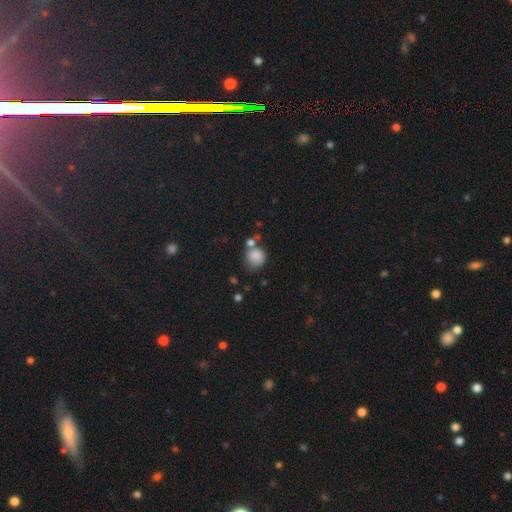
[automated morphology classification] Smooth or featured? smooth (81%)
How rounded? round (72%)
Merging? none (46%)